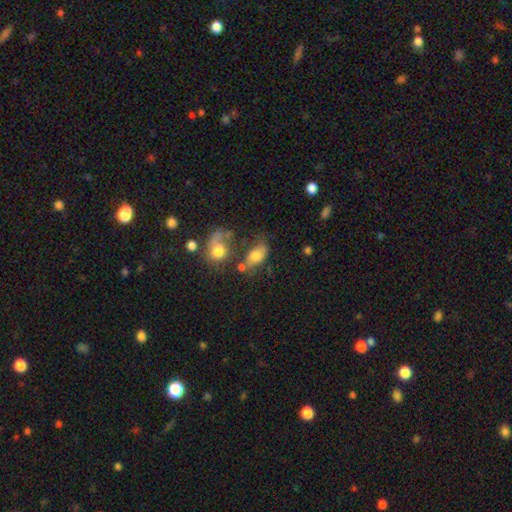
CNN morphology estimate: The model was most divided on "merging": none: 39%, merger: 23%, minor disturbance: 21%, major disturbance: 16%. More confident: how rounded — in between (84%); smooth or featured — smooth (67%).